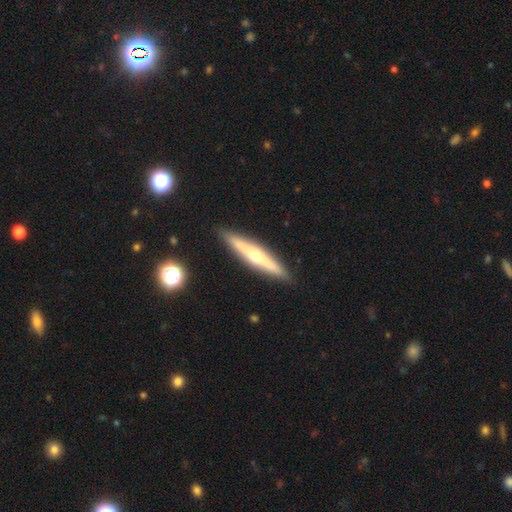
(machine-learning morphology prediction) type=featured or disk (64%); edge-on=yes (95%); edge-on bulge=rounded (88%); merging=none (91%).